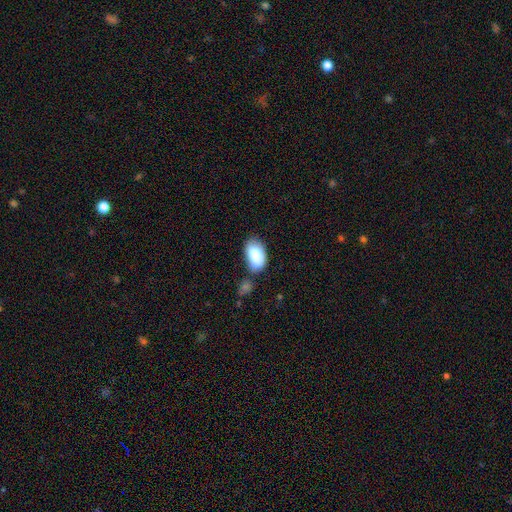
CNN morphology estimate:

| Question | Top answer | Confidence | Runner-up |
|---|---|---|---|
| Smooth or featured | smooth | 87% | star or artifact (7%) |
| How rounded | in between | 94% | round (4%) |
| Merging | none | 55% | minor disturbance (25%) |